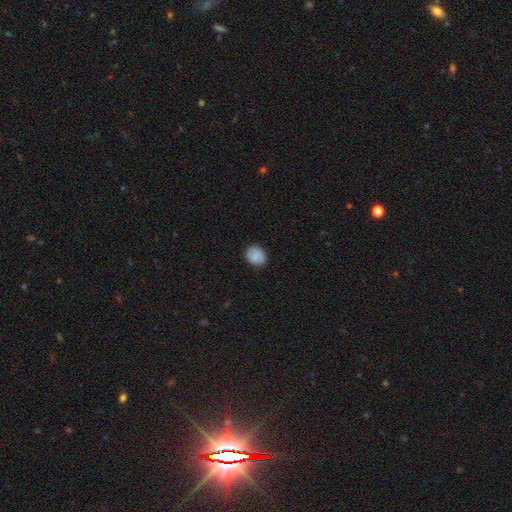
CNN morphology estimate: This is clearly a smooth galaxy (86%). How rounded: likely round (67%). Merging: clearly none (87%).